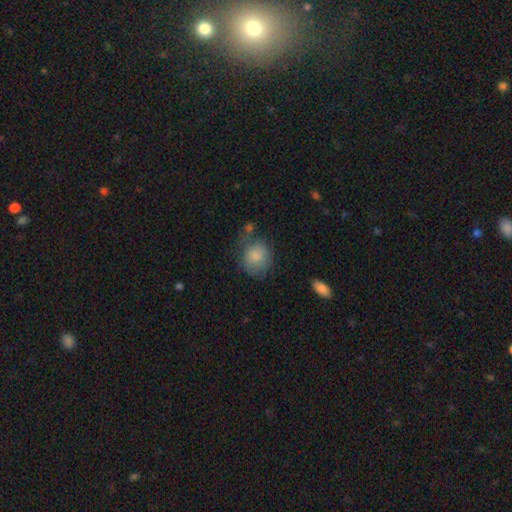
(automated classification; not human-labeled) Overall: smooth (81%). How rounded: round (77%). Merging: none (55%; minor disturbance 27%).